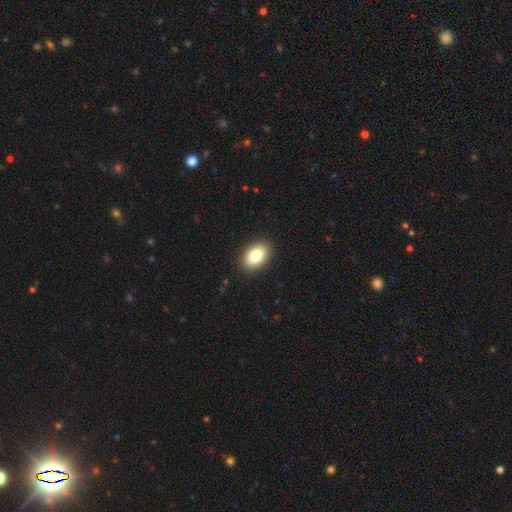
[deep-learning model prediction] Smooth or featured? smooth (82%)
How rounded? in between (88%)
Merging? none (89%)